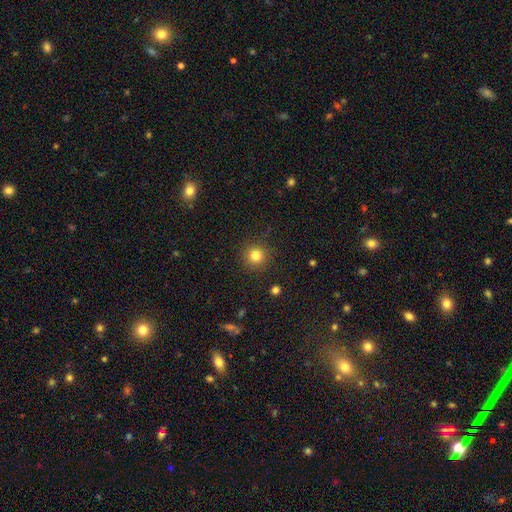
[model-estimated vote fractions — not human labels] smooth_or_featured: smooth (p=0.81) [alt: star or artifact p=0.13]
how_rounded: round (p=0.94) [alt: in between p=0.05]
merging: none (p=0.90) [alt: minor disturbance p=0.06]